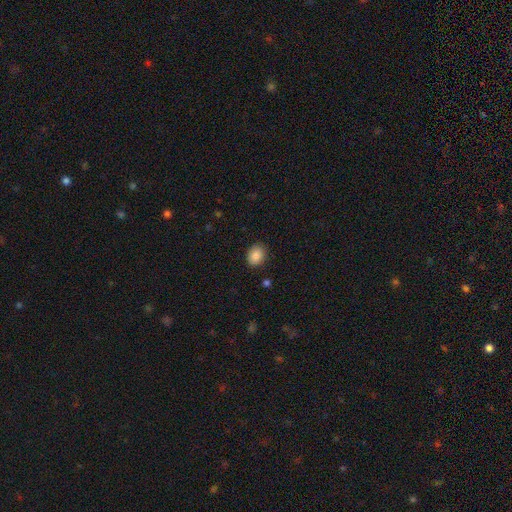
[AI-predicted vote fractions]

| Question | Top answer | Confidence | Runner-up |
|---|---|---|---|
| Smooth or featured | smooth | 86% | star or artifact (9%) |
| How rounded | in between | 54% | round (45%) |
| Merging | none | 88% | minor disturbance (9%) |